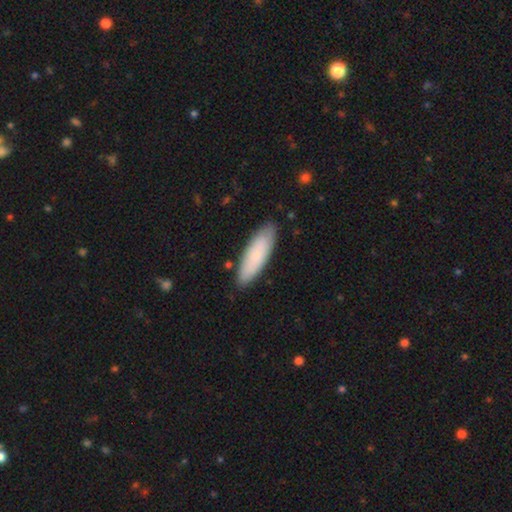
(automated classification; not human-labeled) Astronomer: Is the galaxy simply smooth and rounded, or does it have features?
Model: smooth — 78%.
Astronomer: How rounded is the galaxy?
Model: in between — 50% (runner-up: cigar-shaped, 49%).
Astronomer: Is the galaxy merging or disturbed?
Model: none — 86%.